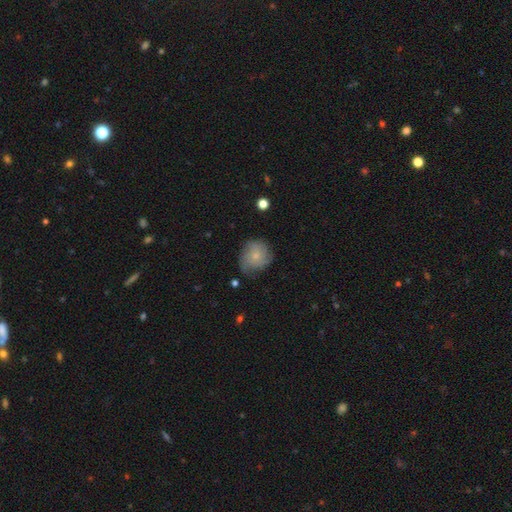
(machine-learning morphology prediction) Overall: smooth (59%; featured or disk 32%). How rounded: round (80%). Merging: none (59%; minor disturbance 30%).